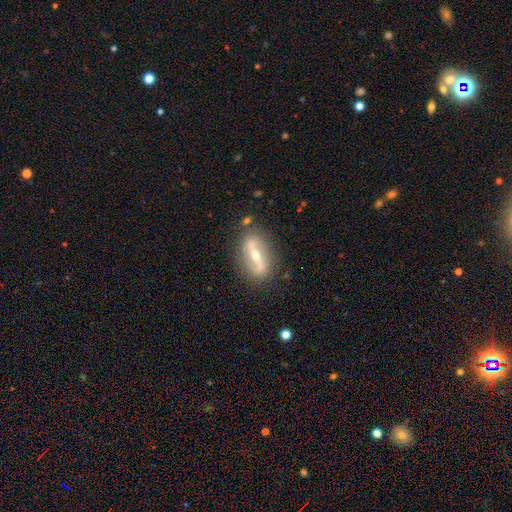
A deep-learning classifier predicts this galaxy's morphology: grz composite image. It shows a featured or disk galaxy (78%) with a strong bar (72%), spiral arms (68%) and a moderate central bulge (52%). Merging: none (84%).